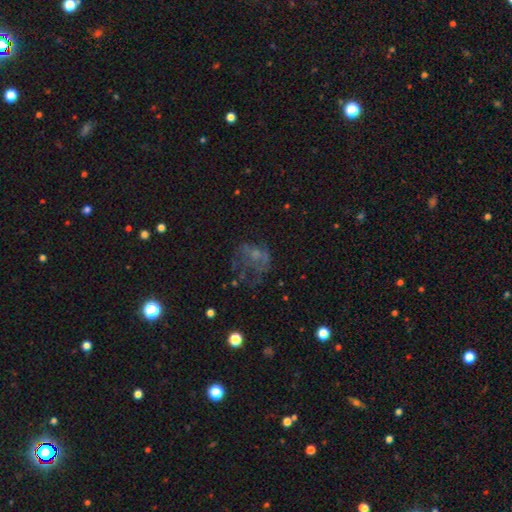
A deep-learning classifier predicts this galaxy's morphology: Smooth or featured: featured or disk — 45% (smooth — 33%)
Merging: major disturbance — 41% (none — 36%)